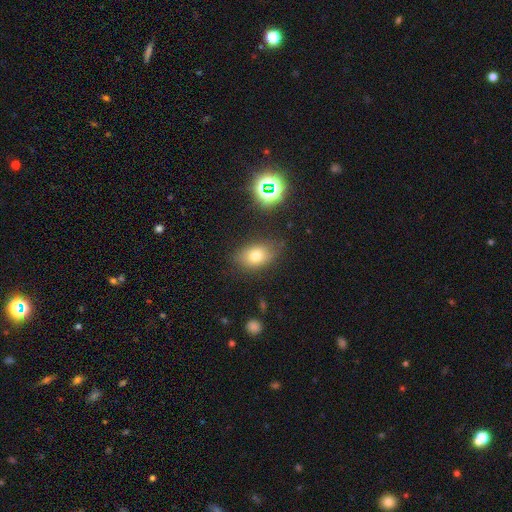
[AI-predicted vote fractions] Q: Smooth or featured?
A: smooth (72%); runner-up: star or artifact (14%)
Q: How rounded?
A: in between (77%); runner-up: round (22%)
Q: Merging?
A: none (76%); runner-up: minor disturbance (17%)